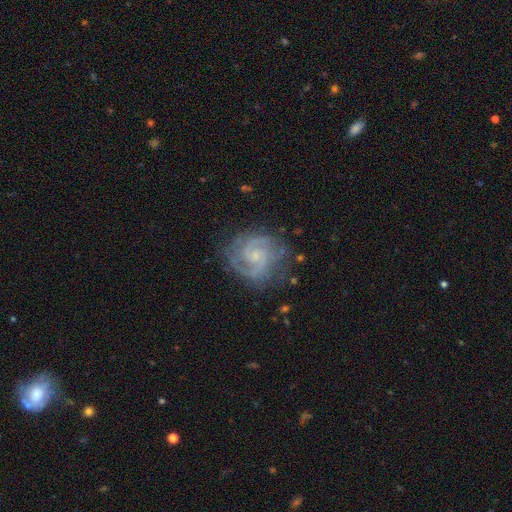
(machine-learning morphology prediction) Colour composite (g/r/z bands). It shows a featured or disk galaxy (86%) with no bar (50%), 2 (72%) tight (50%) spiral arms (97%) and a small central bulge (60%). Merging: none (76%).